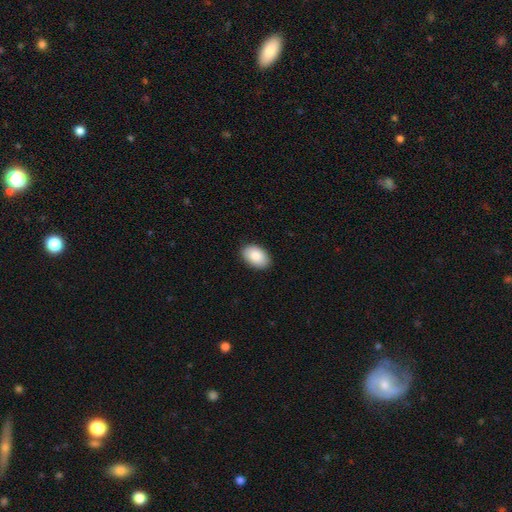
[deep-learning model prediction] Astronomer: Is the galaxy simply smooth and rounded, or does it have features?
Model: smooth — 88%.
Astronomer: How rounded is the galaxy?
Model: in between — 92%.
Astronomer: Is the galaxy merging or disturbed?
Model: none — 89%.